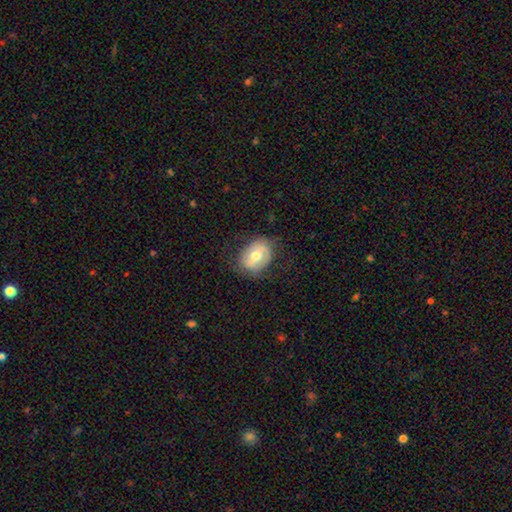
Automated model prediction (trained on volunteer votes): Smooth or featured?
  - smooth: 52% *
  - featured or disk: 41%
  - star or artifact: 7%
How rounded?
  - in between: 63% *
  - round: 36%
  - cigar-shaped: 1%
Merging?
  - none: 72% *
  - minor disturbance: 18%
  - major disturbance: 8%
  - merger: 1%